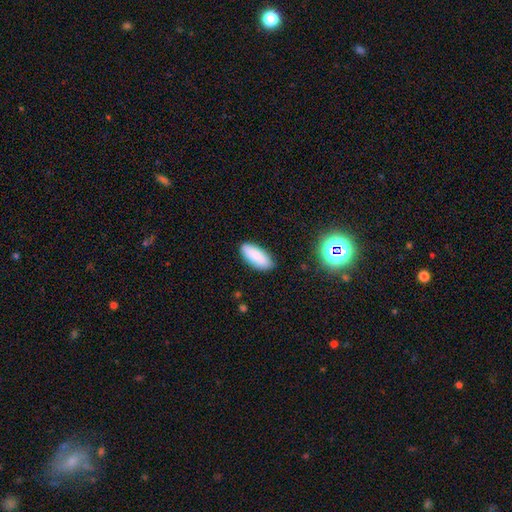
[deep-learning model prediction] smooth_or_featured: smooth (p=0.87) [alt: star or artifact p=0.07]
how_rounded: in between (p=0.81) [alt: cigar-shaped p=0.17]
merging: none (p=0.85) [alt: minor disturbance p=0.12]